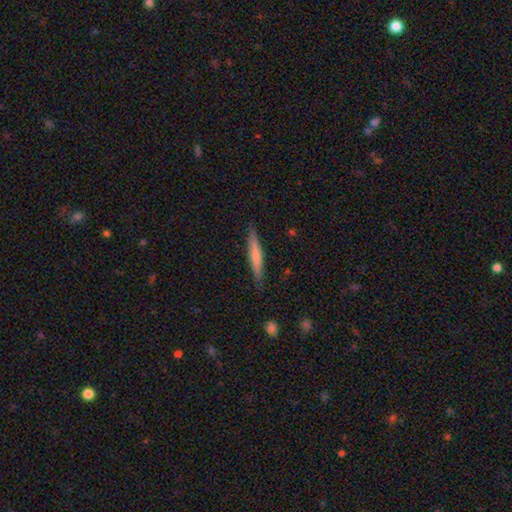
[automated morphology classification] Smooth or featured?
  - smooth: 59% *
  - featured or disk: 36%
  - star or artifact: 6%
How rounded?
  - cigar-shaped: 94% *
  - in between: 5%
  - round: 1%
Merging?
  - none: 87% *
  - minor disturbance: 10%
  - major disturbance: 2%
  - merger: 1%